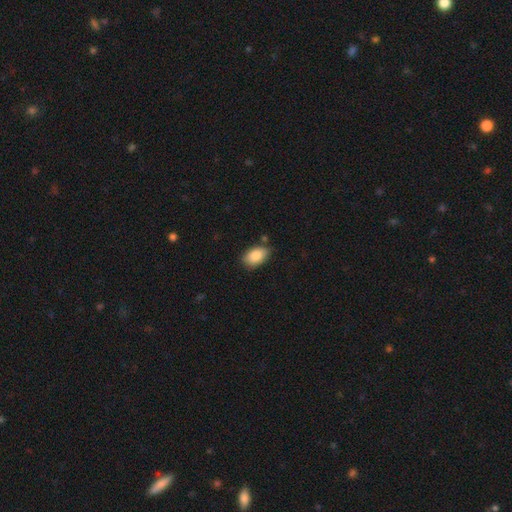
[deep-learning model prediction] This is clearly a smooth galaxy (87%). How rounded: clearly in between (92%). Merging: likely none (74%).